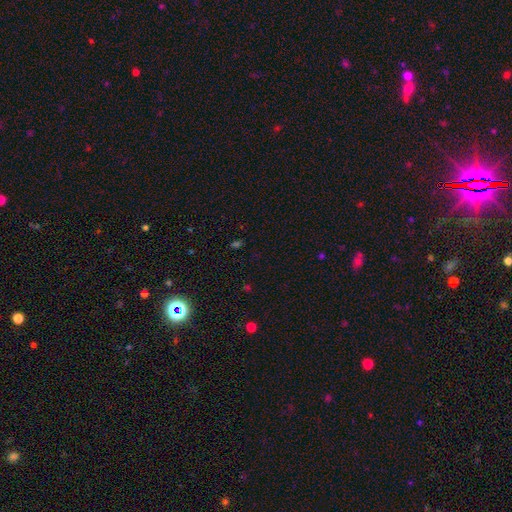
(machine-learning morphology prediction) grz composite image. It shows a star or artifact, not a galaxy (55%).